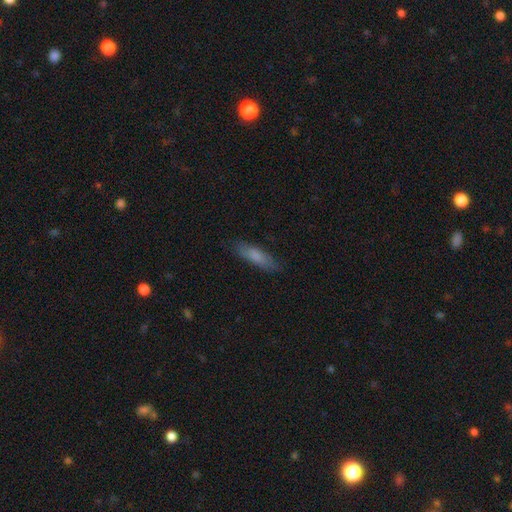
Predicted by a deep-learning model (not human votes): Q: Smooth or featured?
A: smooth (76%); runner-up: featured or disk (17%)
Q: How rounded?
A: cigar-shaped (61%); runner-up: in between (38%)
Q: Merging?
A: none (80%); runner-up: minor disturbance (15%)